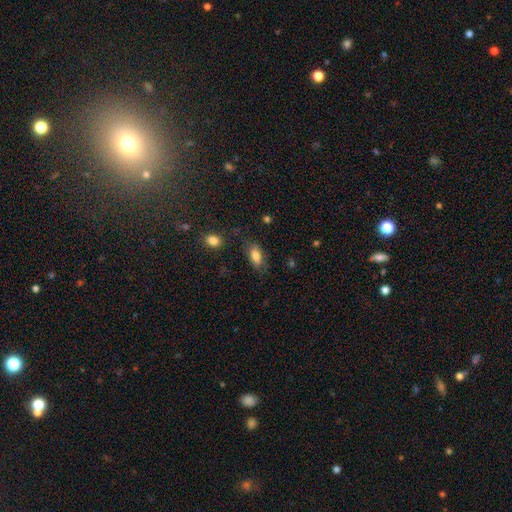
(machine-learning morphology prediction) This appears to be a smooth galaxy with no disk features (81%) that is in between round and cigar-shaped (86%). Merging: none (75%).